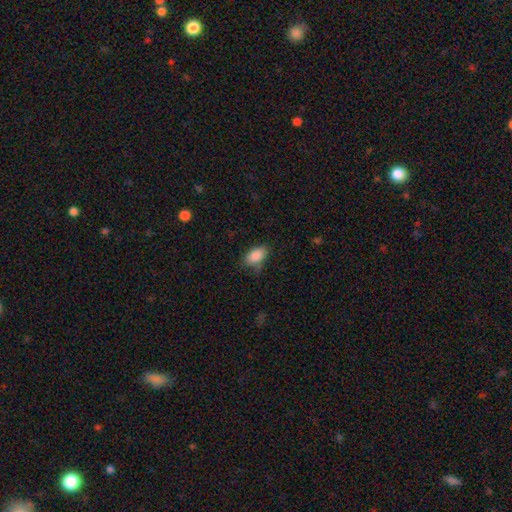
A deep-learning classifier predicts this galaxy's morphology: A smooth galaxy with no disk features (86%) that is in between round and cigar-shaped (91%). Merging: none (69%).